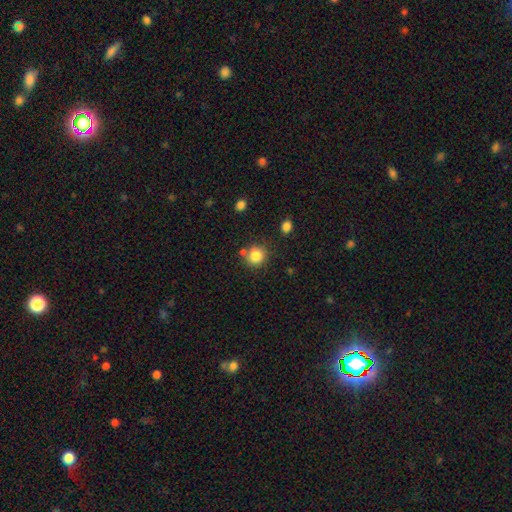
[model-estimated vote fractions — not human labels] Smooth or featured? smooth (83%)
How rounded? round (89%)
Merging? none (73%)